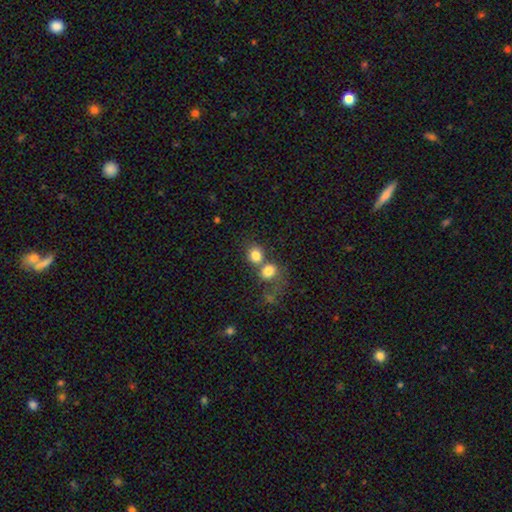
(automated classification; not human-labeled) Smooth or featured? smooth (80%)
How rounded? round (71%)
Merging? merger (45%)